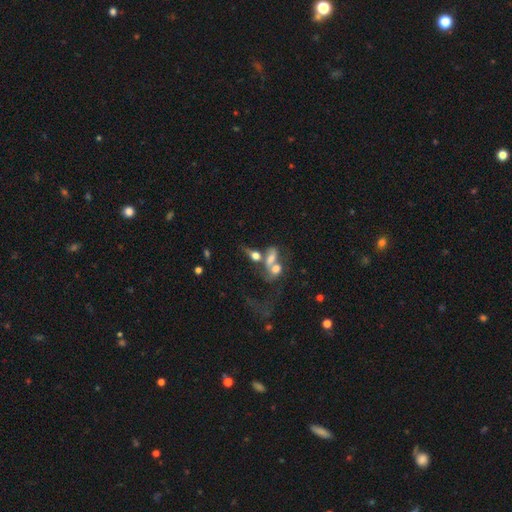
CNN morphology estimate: This appears to be a smooth galaxy with no disk features (46%). Merging: merger (60%).